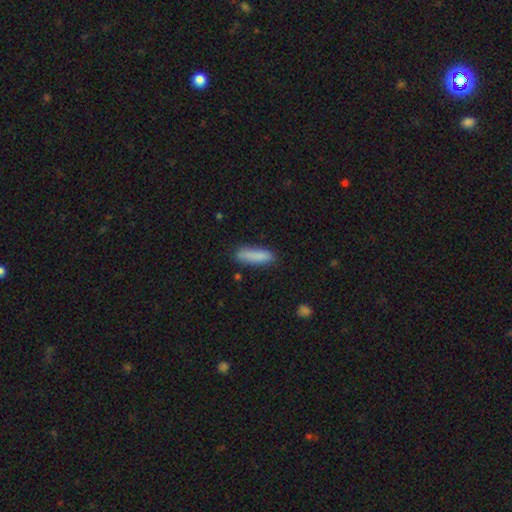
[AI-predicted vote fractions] Q: Smooth or featured?
A: smooth (86%); runner-up: featured or disk (7%)
Q: How rounded?
A: cigar-shaped (66%); runner-up: in between (32%)
Q: Merging?
A: none (78%); runner-up: minor disturbance (16%)